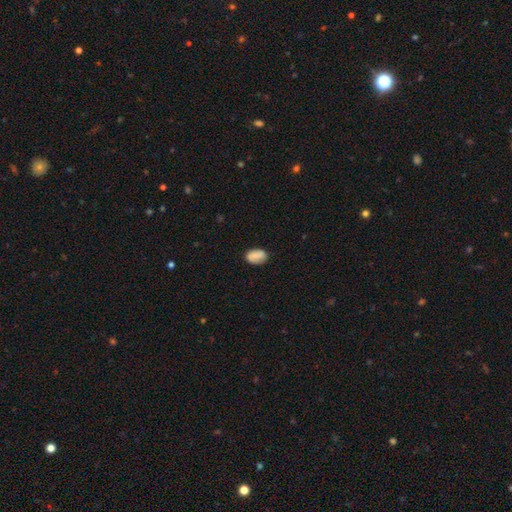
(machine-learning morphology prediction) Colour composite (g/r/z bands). It shows a smooth galaxy with no disk features (82%) that is in between round and cigar-shaped (85%). Merging: none (79%).